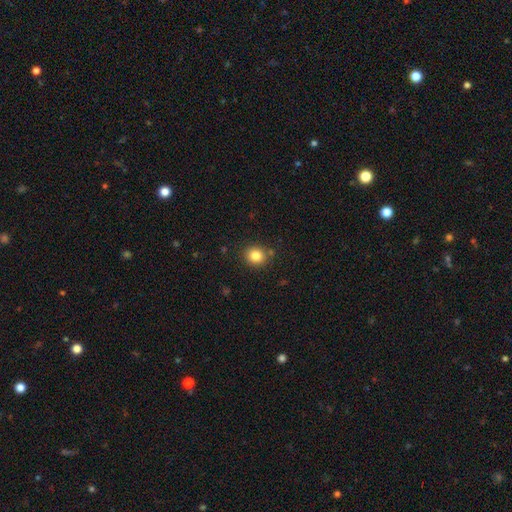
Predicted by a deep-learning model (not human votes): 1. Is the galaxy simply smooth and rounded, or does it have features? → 82% smooth, 11% star or artifact, 6% featured or disk.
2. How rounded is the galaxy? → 84% round, 15% in between, 1% cigar-shaped.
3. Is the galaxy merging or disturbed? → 85% none, 8% minor disturbance, 4% merger, 2% major disturbance.